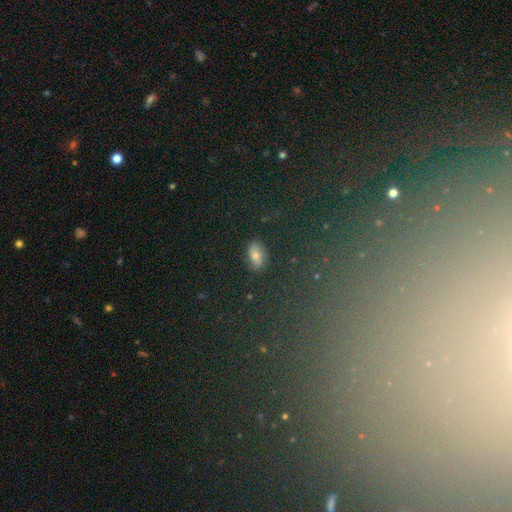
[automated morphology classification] Smooth or featured? smooth (62%)
How rounded? in between (87%)
Merging? none (84%)